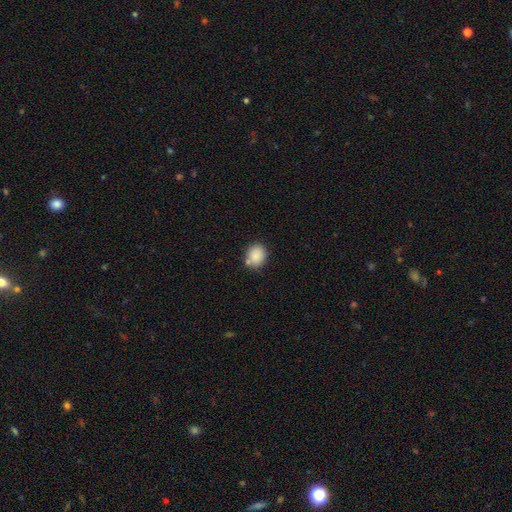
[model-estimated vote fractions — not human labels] Smooth or featured? smooth (87%)
How rounded? round (62%)
Merging? none (72%)